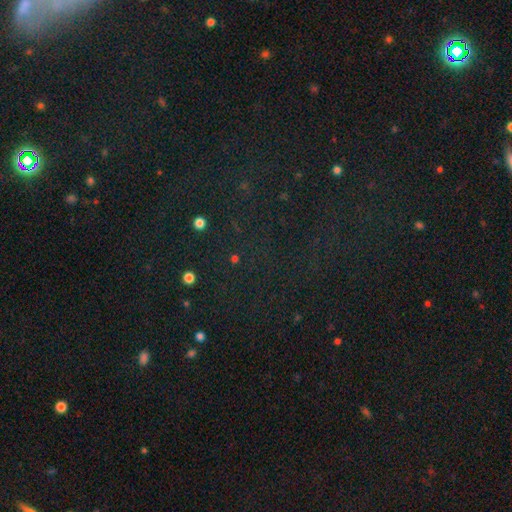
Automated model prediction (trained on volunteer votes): Smooth or featured: star or artifact — 74% (smooth — 16%)